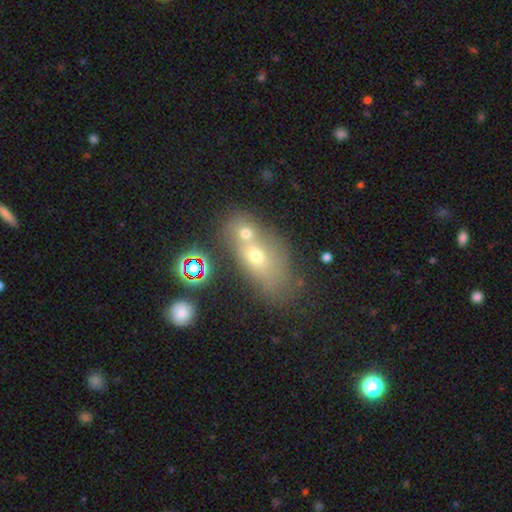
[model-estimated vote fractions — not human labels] Overall: smooth (53%; featured or disk 28%). How rounded: in between (69%). Merging: merger (48%; none 35%).